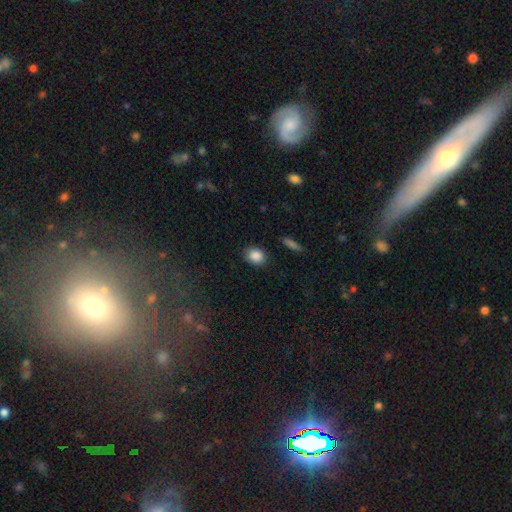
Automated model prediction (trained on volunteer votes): smooth 87%, star or artifact 9%, featured or disk 4%. Down the decision tree: how rounded — in between (50%); merging — none (86%).